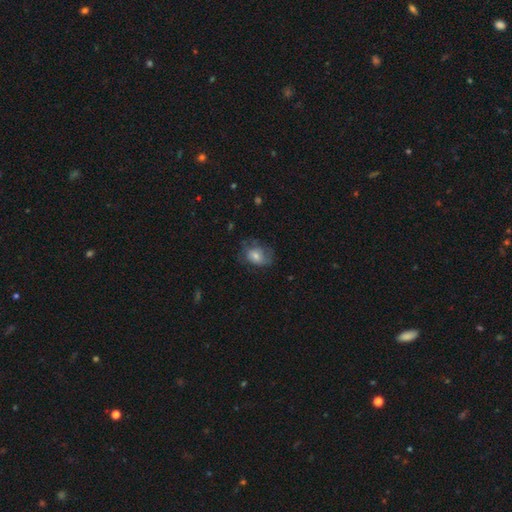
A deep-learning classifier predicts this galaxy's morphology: Overall: smooth (56%; featured or disk 33%). How rounded: in between (62%; round 36%). Merging: none (53%; minor disturbance 27%).